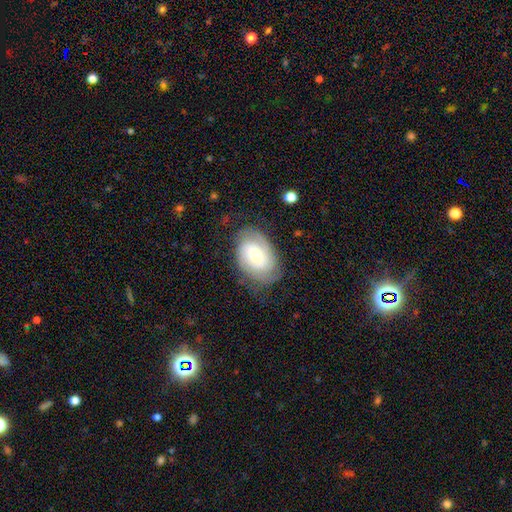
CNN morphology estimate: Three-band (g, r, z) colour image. It shows a featured or disk galaxy (58%) with no bar (67%), spiral arms (82%) and a moderate central bulge (57%). Merging: none (66%).